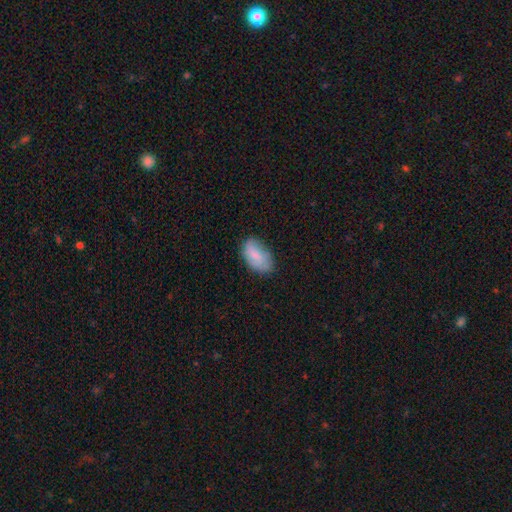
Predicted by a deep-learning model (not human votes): The model was most divided on "merging": none: 69%, minor disturbance: 24%, major disturbance: 5%, merger: 1%. More confident: how rounded — in between (94%); smooth or featured — smooth (82%).